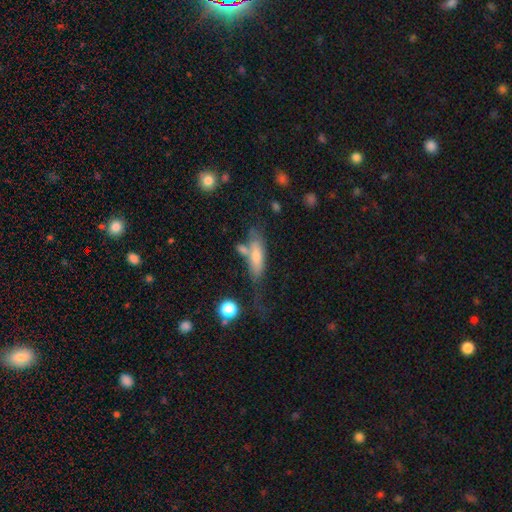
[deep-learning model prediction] Q: Smooth or featured?
A: smooth (65%); runner-up: featured or disk (27%)
Q: How rounded?
A: cigar-shaped (50%); runner-up: in between (46%)
Q: Merging?
A: none (38%); runner-up: merger (24%)